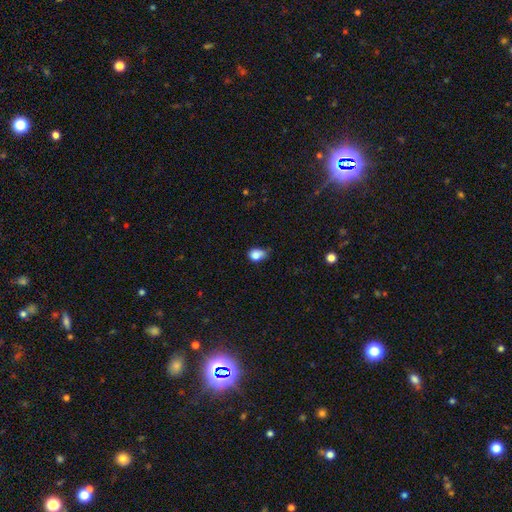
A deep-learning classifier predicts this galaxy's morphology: Smooth or featured? Predicted: smooth (p=0.81). How rounded? Predicted: in between (p=0.61). Merging? Predicted: minor disturbance (p=0.44).